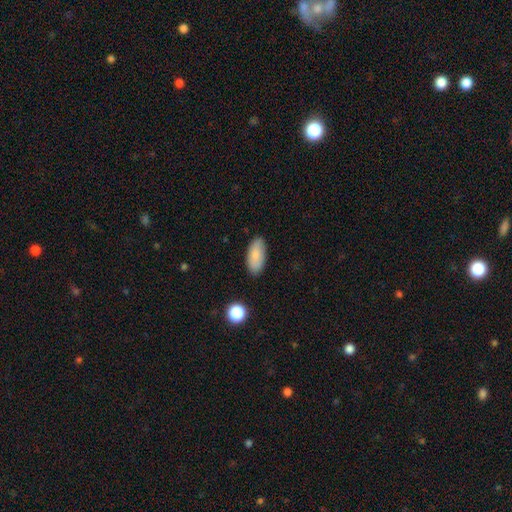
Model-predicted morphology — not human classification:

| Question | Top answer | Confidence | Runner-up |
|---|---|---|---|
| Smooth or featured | smooth | 84% | featured or disk (9%) |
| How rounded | in between | 91% | cigar-shaped (6%) |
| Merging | none | 85% | minor disturbance (11%) |